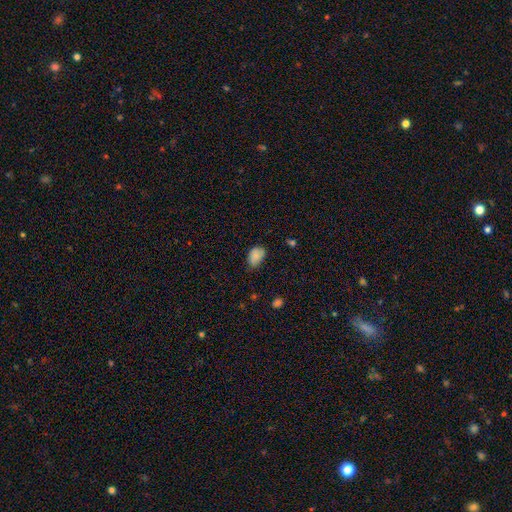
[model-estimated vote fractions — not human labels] smooth-or-featured: smooth: 82% | star or artifact: 9% | featured or disk: 9%
  how-rounded: in between: 82% | round: 17% | cigar-shaped: 1%
  merging: none: 58% | minor disturbance: 33% | major disturbance: 7% | merger: 2%